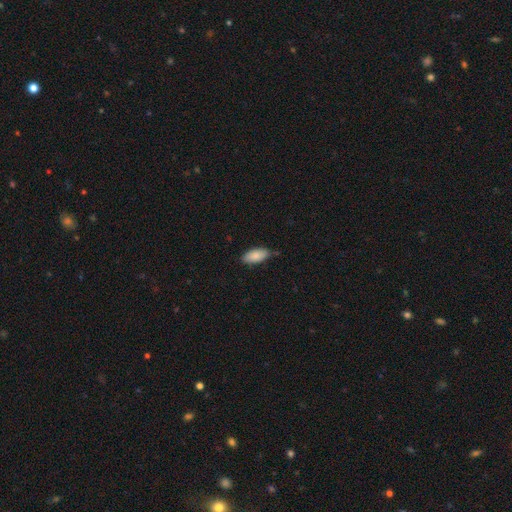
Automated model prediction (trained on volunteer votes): smooth-or-featured: smooth: 87% | featured or disk: 7% | star or artifact: 6%
  how-rounded: in between: 89% | cigar-shaped: 9% | round: 2%
  merging: none: 75% | minor disturbance: 20% | major disturbance: 3% | merger: 2%